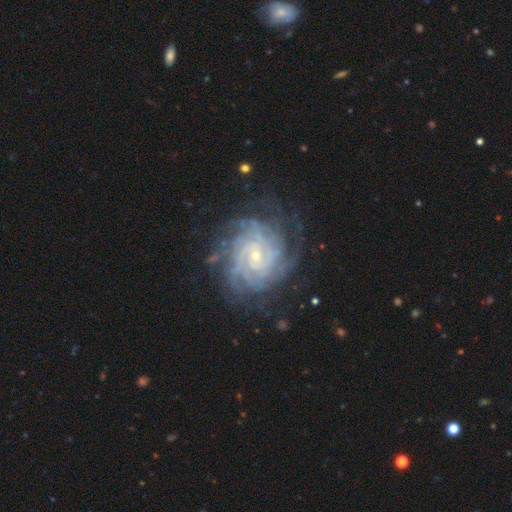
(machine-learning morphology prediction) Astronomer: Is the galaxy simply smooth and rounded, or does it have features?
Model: featured or disk — 89%.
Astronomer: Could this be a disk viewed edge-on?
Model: no — 97%.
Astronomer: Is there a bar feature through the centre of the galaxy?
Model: no — 63%.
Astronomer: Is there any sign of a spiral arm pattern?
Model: yes — 98%.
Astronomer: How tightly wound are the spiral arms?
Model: tight — 79%.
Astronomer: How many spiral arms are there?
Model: can't tell — 27% (runner-up: 4, 25%).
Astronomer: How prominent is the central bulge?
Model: small — 80%.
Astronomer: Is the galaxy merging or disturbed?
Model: none — 75%.